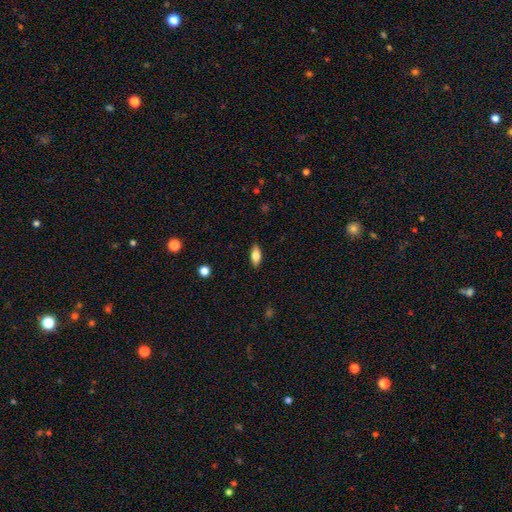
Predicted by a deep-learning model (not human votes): A smooth galaxy with no disk features (75%) that is in between round and cigar-shaped (83%). Merging: none (88%).